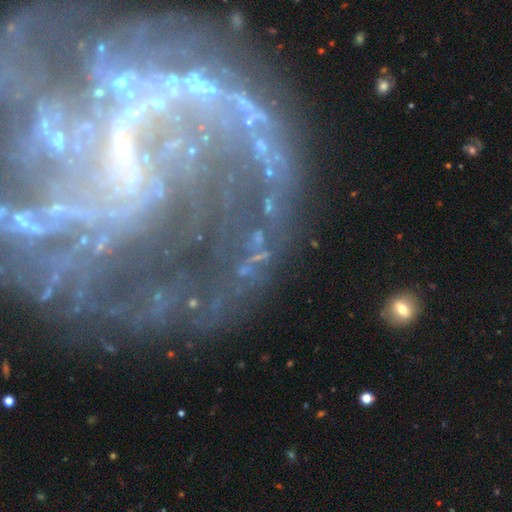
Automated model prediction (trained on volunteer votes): The model was most divided on "bar": strong: 38%, weak: 32%, no: 30%. Remaining: edge-on disk — no (97%); spiral arms — yes (87%); smooth or featured — featured or disk (79%); bulge size — small (52%); merging — none (50%); spiral arm count — 2 (41%); spiral winding — medium (39%).